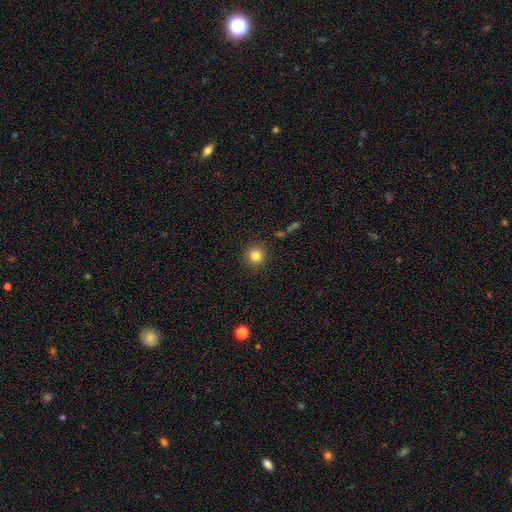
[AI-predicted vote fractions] A smooth galaxy with no disk features (83%) that is round (93%). Merging: none (90%).